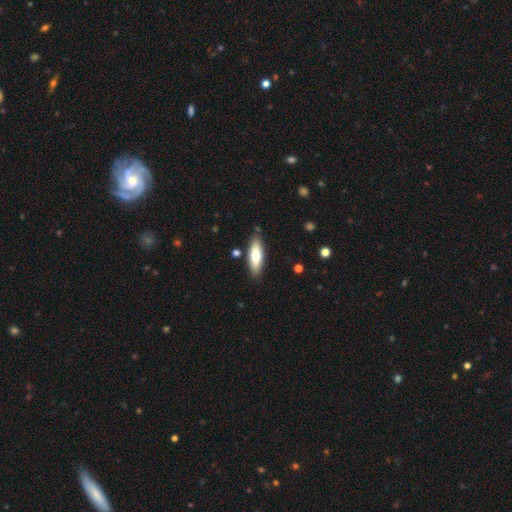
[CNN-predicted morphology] The model was most divided on "how rounded": in between: 52%, cigar-shaped: 46%, round: 2%. More confident: merging — none (86%); smooth or featured — smooth (68%).